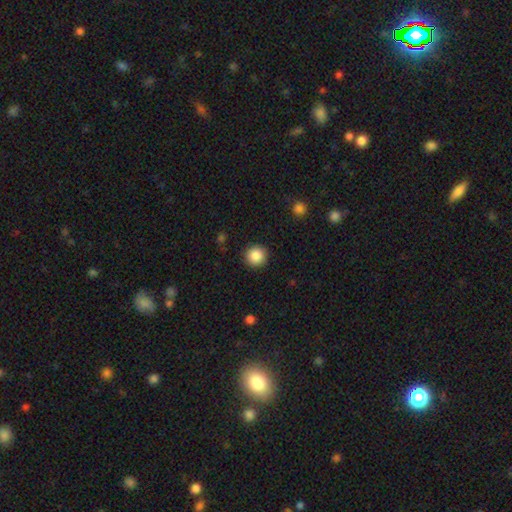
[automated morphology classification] smooth 87%, star or artifact 9%, featured or disk 4%. Down the decision tree: how rounded — round (95%); merging — none (92%).